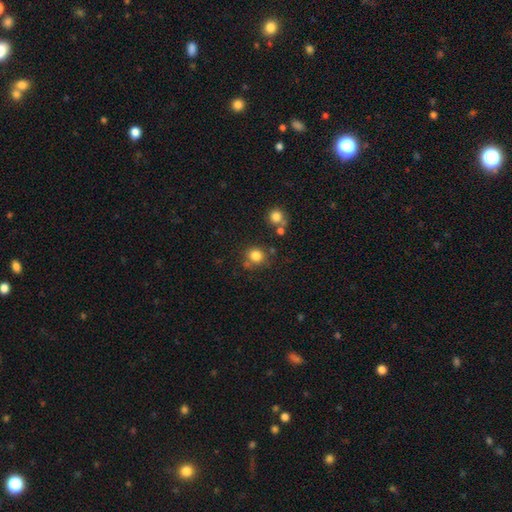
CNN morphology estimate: smooth_or_featured: smooth (p=0.81) [alt: star or artifact p=0.13]
how_rounded: round (p=0.87) [alt: in between p=0.12]
merging: none (p=0.71) [alt: minor disturbance p=0.13]